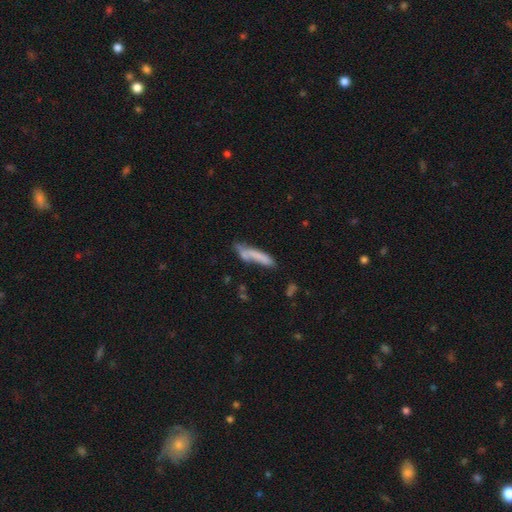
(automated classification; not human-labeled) This appears to be a smooth galaxy with no disk features (68%) that is cigar-shaped (83%). Merging: none (49%).